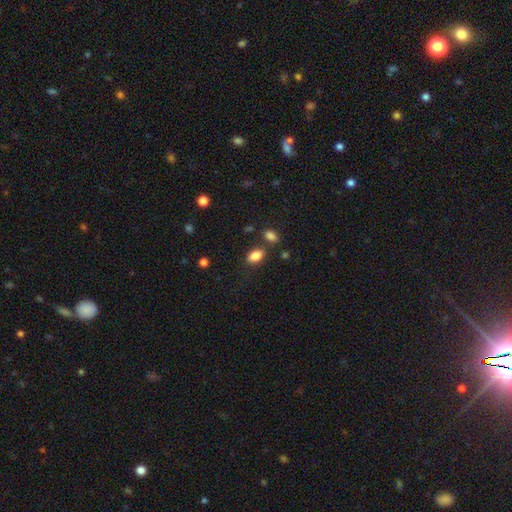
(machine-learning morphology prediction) A smooth galaxy with no disk features (85%) that is in between round and cigar-shaped (89%). Merging: none (76%).